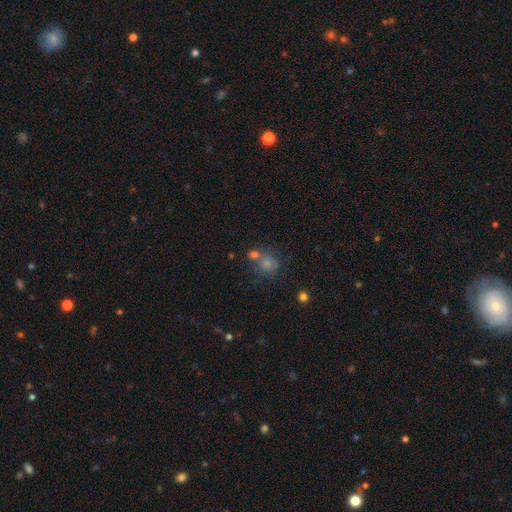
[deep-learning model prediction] A smooth galaxy with no disk features (56%) that is round (82%). Merging: none (59%).